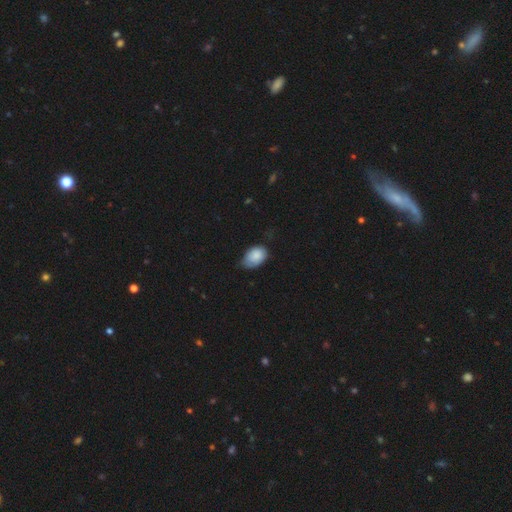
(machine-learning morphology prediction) A smooth galaxy with no disk features (84%) that is in between round and cigar-shaped (85%). Merging: minor disturbance (45%).